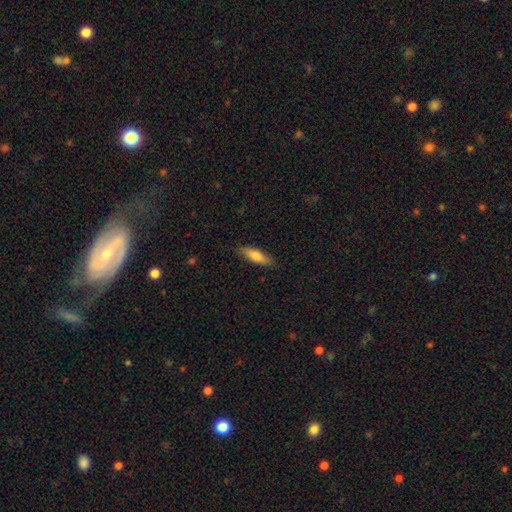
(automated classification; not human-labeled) The model was most divided on "how rounded": cigar-shaped: 53%, in between: 45%, round: 2%. More confident: merging — none (84%); smooth or featured — smooth (76%).